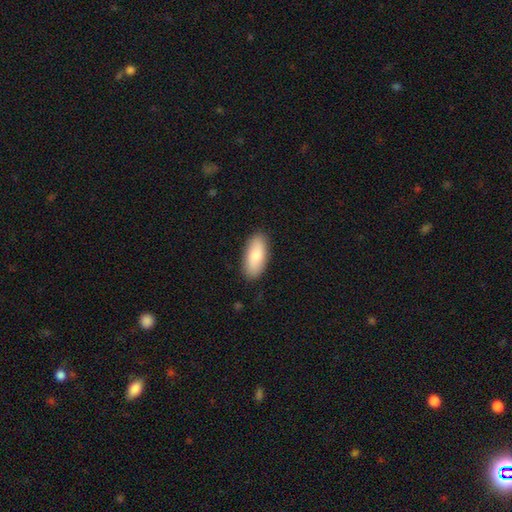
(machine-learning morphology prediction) This appears to be a smooth galaxy with no disk features (79%) that is in between round and cigar-shaped (87%). Merging: none (87%).